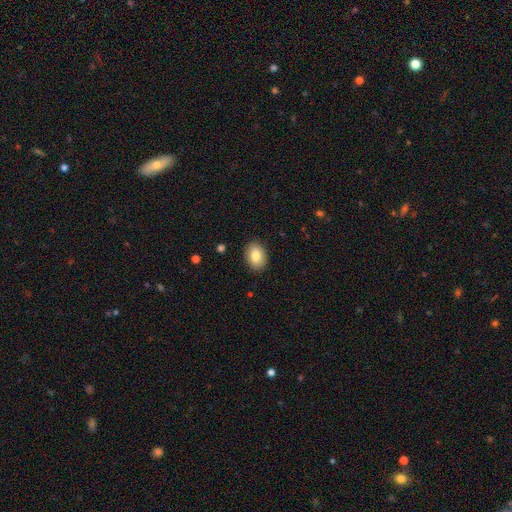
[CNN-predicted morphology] This appears to be a smooth galaxy with no disk features (83%) that is in between round and cigar-shaped (74%). Merging: none (89%).